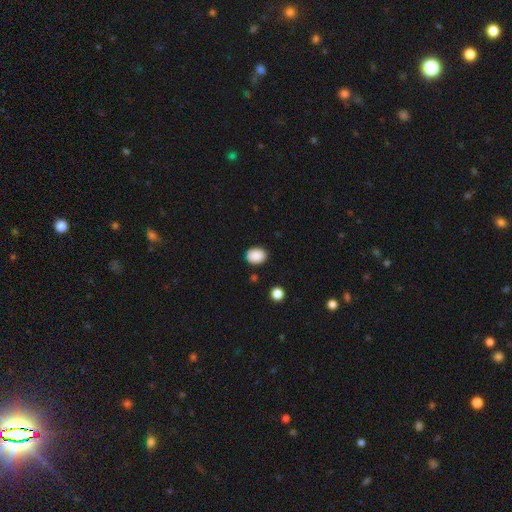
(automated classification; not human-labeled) The model was most divided on "how rounded": in between: 54%, round: 45%, cigar-shaped: 1%. More confident: smooth or featured — smooth (89%); merging — none (86%).